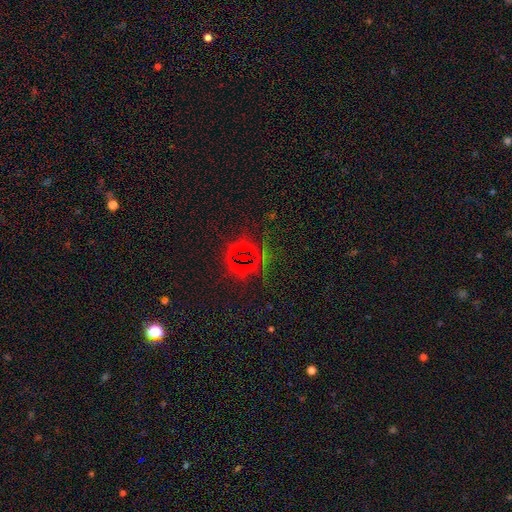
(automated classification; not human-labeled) A star or artifact, not a galaxy (78%).